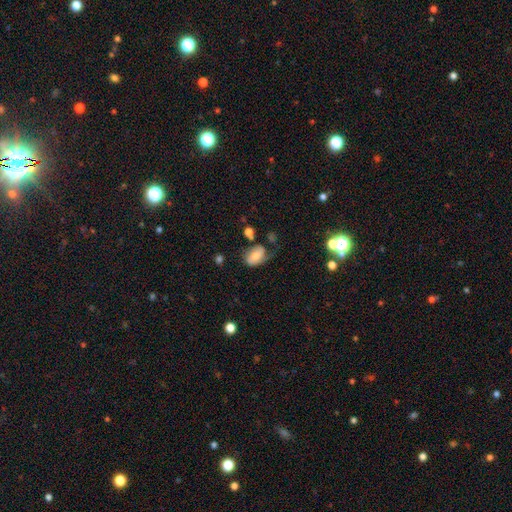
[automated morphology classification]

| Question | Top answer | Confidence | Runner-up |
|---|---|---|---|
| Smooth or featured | smooth | 56% | featured or disk (35%) |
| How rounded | in between | 85% | round (14%) |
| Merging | none | 37% | minor disturbance (32%) |